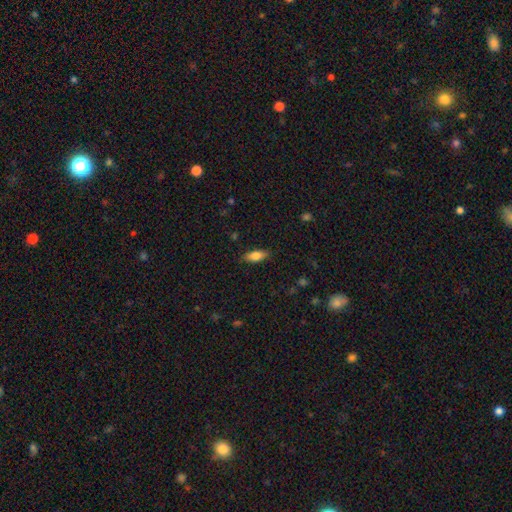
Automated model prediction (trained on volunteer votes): smooth_or_featured: smooth (p=0.77) [alt: featured or disk p=0.16]
how_rounded: in between (p=0.75) [alt: cigar-shaped p=0.23]
merging: none (p=0.85) [alt: minor disturbance p=0.11]